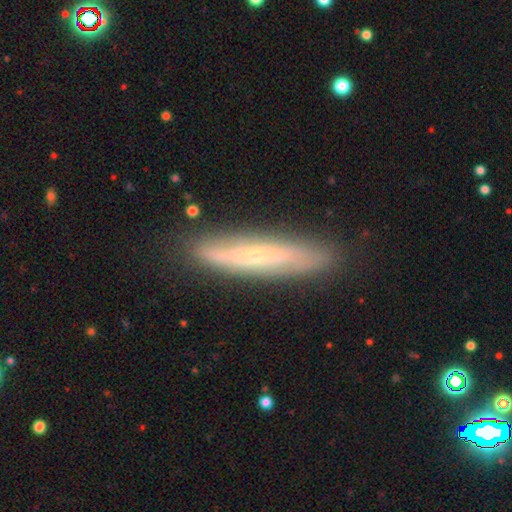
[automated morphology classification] The model was most divided on "smooth or featured": featured or disk: 62%, smooth: 31%, star or artifact: 7%. More confident: merging — none (84%); edge-on disk — yes (70%).